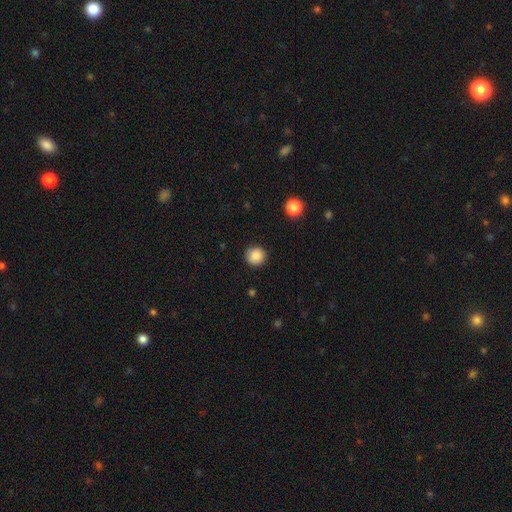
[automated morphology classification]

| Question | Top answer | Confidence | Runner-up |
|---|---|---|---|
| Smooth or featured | smooth | 87% | star or artifact (9%) |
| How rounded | round | 94% | in between (5%) |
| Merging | none | 91% | minor disturbance (6%) |